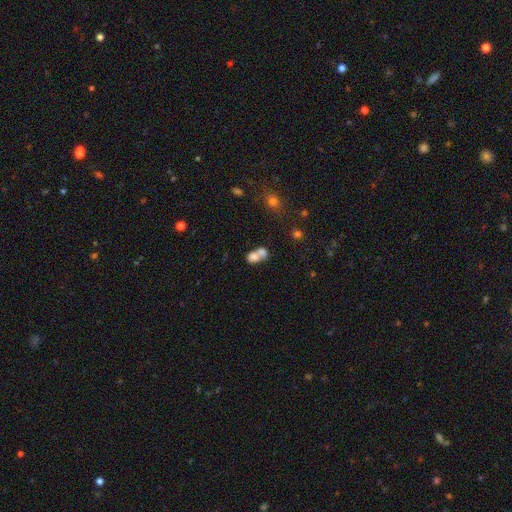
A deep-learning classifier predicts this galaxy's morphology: This appears to be a smooth galaxy with no disk features (70%) that is in between round and cigar-shaped (64%). Merging: merger (70%).